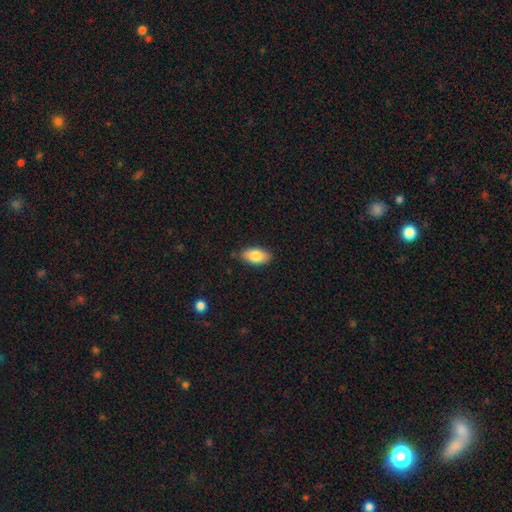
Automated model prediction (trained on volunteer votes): This is clearly a smooth galaxy (83%). How rounded: clearly in between (93%). Merging: clearly none (85%).